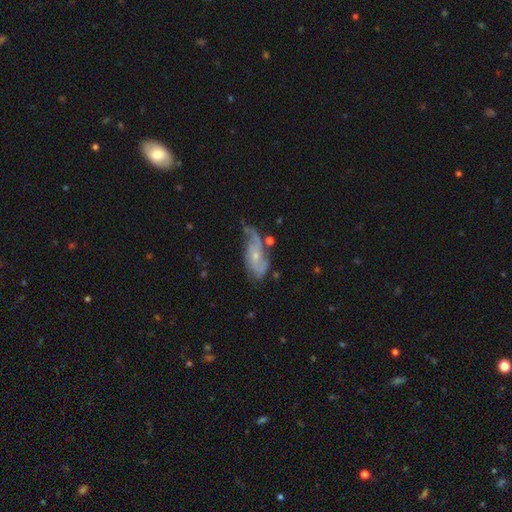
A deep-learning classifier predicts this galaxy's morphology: Smooth or featured? featured or disk (73%)
Edge-on disk? no (92%)
Bar? no (67%)
Spiral arms? yes (88%)
Spiral winding? medium (40%)
Spiral arm count? 2 (55%)
Bulge size? small (64%)
Merging? none (43%)